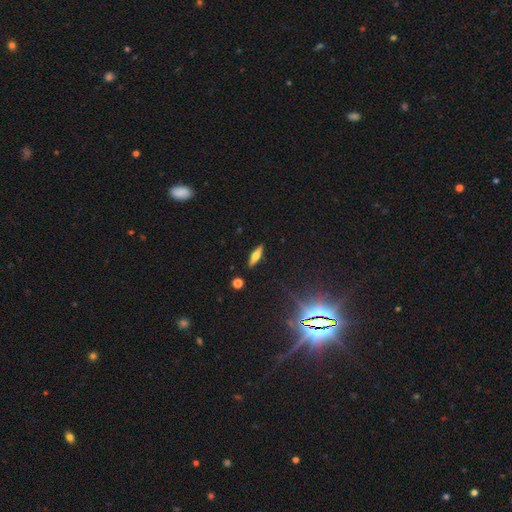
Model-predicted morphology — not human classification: A featured or disk galaxy (47%).

Vote fractions:
- Smooth or featured? featured or disk: 47% / smooth: 43% / star or artifact: 10%
- Merging? none: 89% / minor disturbance: 7% / major disturbance: 2% / merger: 2%